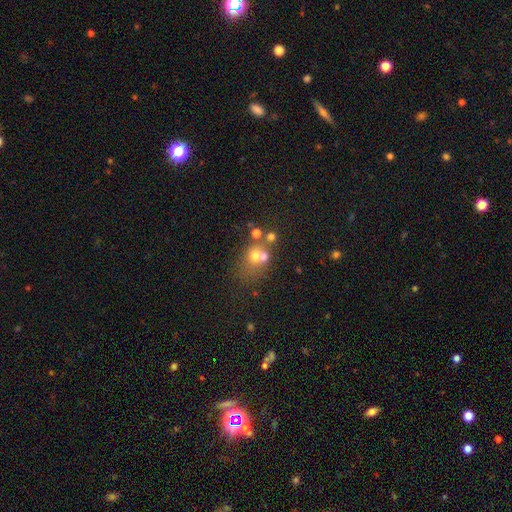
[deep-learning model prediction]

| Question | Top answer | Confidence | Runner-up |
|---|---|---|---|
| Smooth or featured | smooth | 56% | featured or disk (25%) |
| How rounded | round | 65% | in between (34%) |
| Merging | merger | 44% | none (39%) |